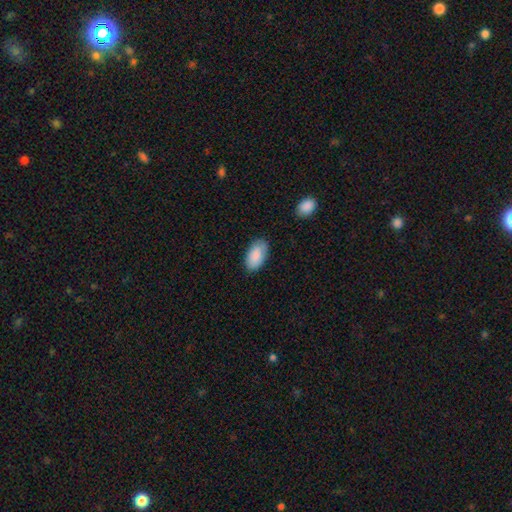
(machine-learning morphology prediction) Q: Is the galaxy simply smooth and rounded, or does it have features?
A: smooth — 89%.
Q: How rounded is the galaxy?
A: in between — 95%.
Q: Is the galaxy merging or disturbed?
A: none — 83%.